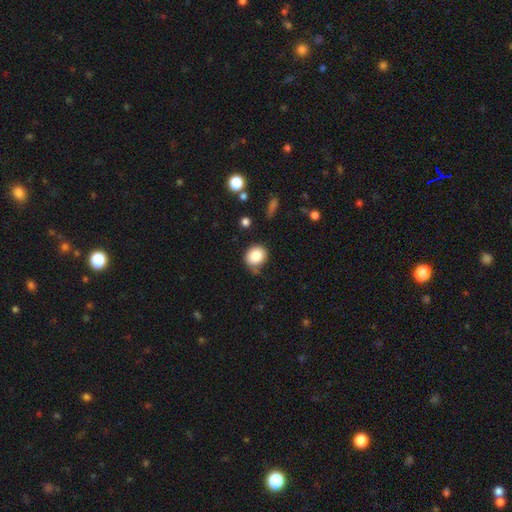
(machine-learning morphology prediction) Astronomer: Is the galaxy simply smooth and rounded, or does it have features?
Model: smooth — 85%.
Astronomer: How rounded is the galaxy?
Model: round — 74%.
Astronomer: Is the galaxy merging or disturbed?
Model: none — 78%.